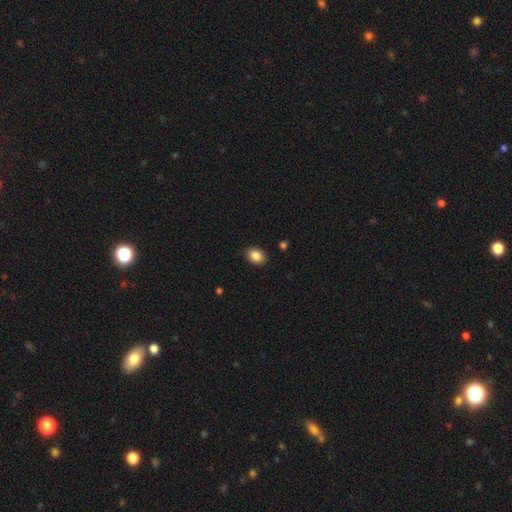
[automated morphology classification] Q: Smooth or featured?
A: smooth (87%); runner-up: star or artifact (8%)
Q: How rounded?
A: in between (69%); runner-up: round (30%)
Q: Merging?
A: none (89%); runner-up: minor disturbance (8%)